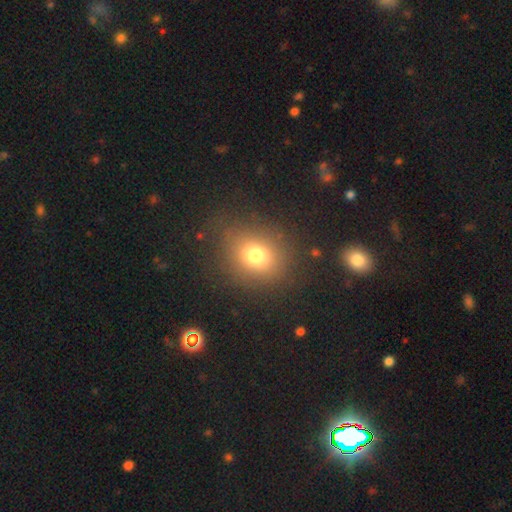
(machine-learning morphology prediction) Overall: smooth (72%). How rounded: round (72%). Merging: none (82%).